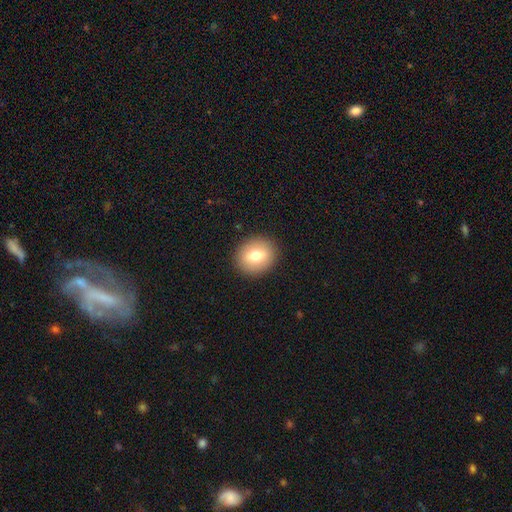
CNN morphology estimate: Smooth or featured: smooth — 74% (featured or disk — 18%)
How rounded: round — 68% (in between — 31%)
Merging: none — 90% (minor disturbance — 7%)